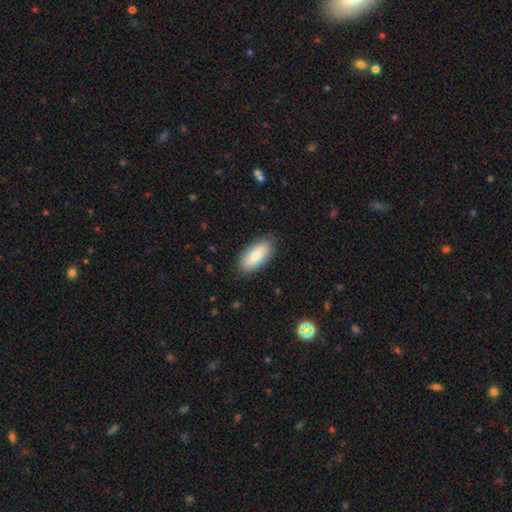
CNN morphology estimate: smooth_or_featured: smooth (p=0.77) [alt: featured or disk p=0.18]
how_rounded: in between (p=0.90) [alt: cigar-shaped p=0.08]
merging: none (p=0.86) [alt: minor disturbance p=0.11]